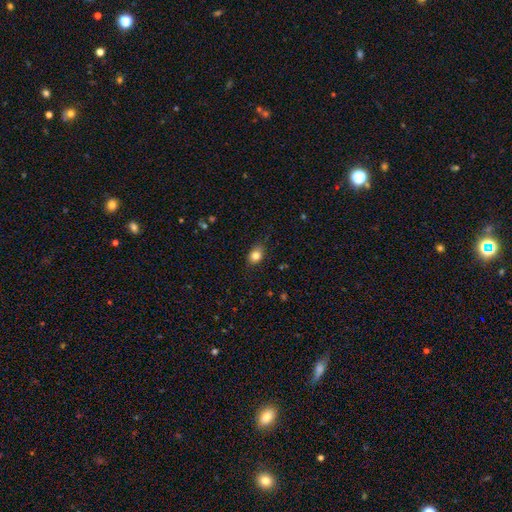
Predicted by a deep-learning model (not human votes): Smooth or featured: smooth — 82% (star or artifact — 10%)
How rounded: in between — 63% (round — 35%)
Merging: none — 76% (minor disturbance — 19%)